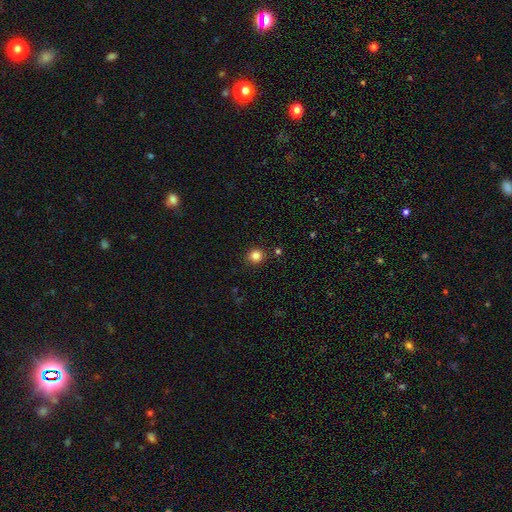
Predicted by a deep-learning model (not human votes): This is clearly a smooth galaxy (83%). How rounded: clearly round (91%). Merging: clearly none (90%).